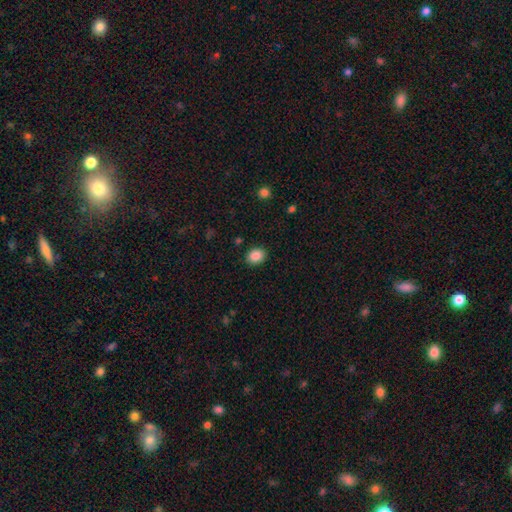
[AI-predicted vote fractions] Q: Smooth or featured?
A: smooth (87%); runner-up: star or artifact (9%)
Q: How rounded?
A: round (51%); runner-up: in between (49%)
Q: Merging?
A: none (90%); runner-up: minor disturbance (7%)